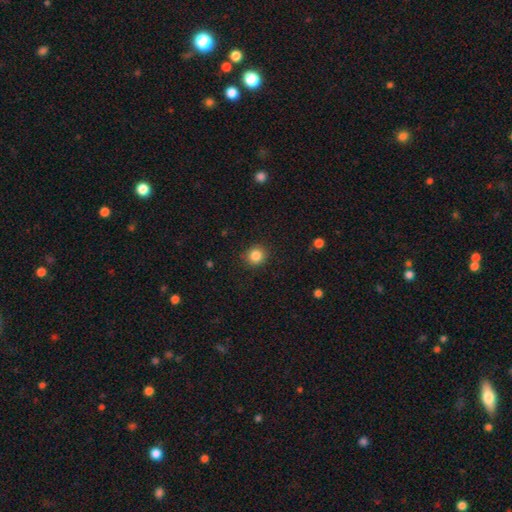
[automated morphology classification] Overall: smooth (85%). How rounded: round (90%). Merging: none (90%).